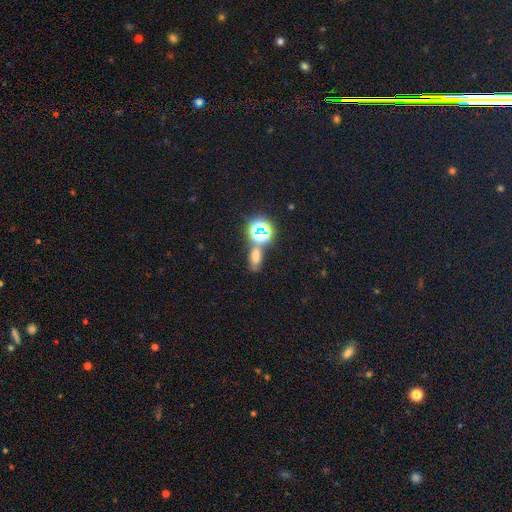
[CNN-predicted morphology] Smooth or featured: smooth — 53% (star or artifact — 37%)
How rounded: in between — 75% (round — 17%)
Merging: none — 55% (merger — 23%)